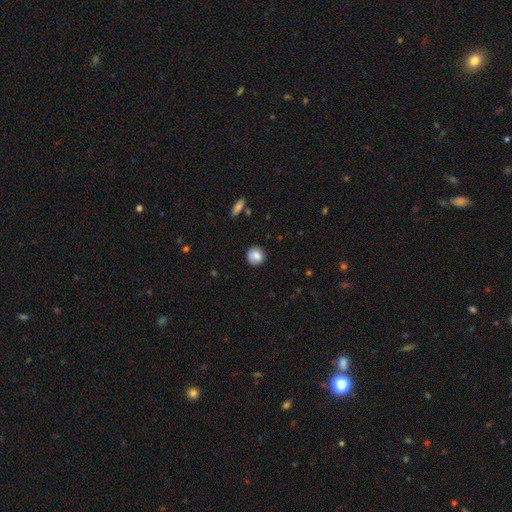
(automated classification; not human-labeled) This appears to be a smooth galaxy with no disk features (84%) that is round (89%). Merging: none (84%).